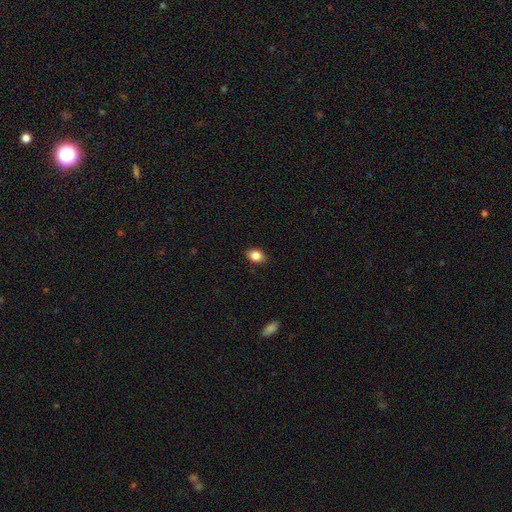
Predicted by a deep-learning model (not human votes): The model was most divided on "how rounded": in between: 70%, round: 29%, cigar-shaped: 1%. More confident: merging — none (88%); smooth or featured — smooth (86%).